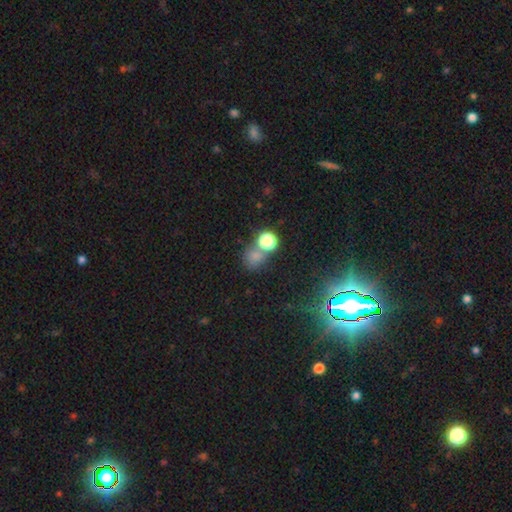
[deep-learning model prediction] This appears to be a smooth galaxy with no disk features (67%) that is round (74%). Merging: none (51%).